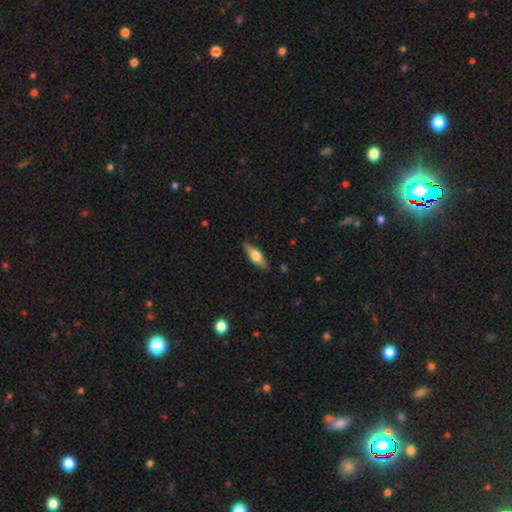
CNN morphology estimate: smooth_or_featured: smooth (p=0.52) [alt: featured or disk p=0.42]
how_rounded: in between (p=0.57) [alt: cigar-shaped p=0.40]
merging: none (p=0.85) [alt: minor disturbance p=0.11]